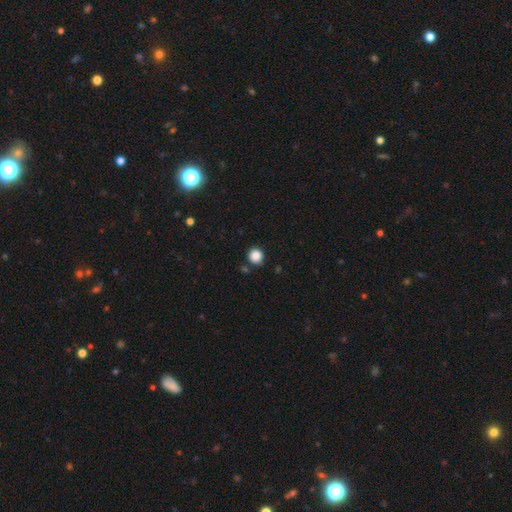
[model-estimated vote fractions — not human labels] This is clearly a smooth galaxy (87%). How rounded: clearly round (92%). Merging: clearly none (85%).